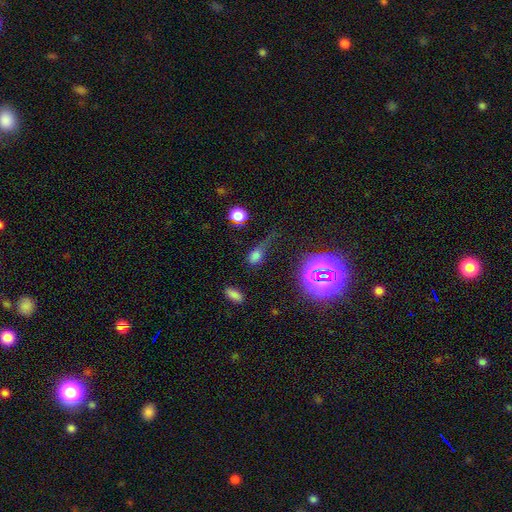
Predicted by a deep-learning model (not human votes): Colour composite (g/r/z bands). It shows a smooth galaxy with no disk features (61%) that is in between round and cigar-shaped (64%). Merging: none (36%).